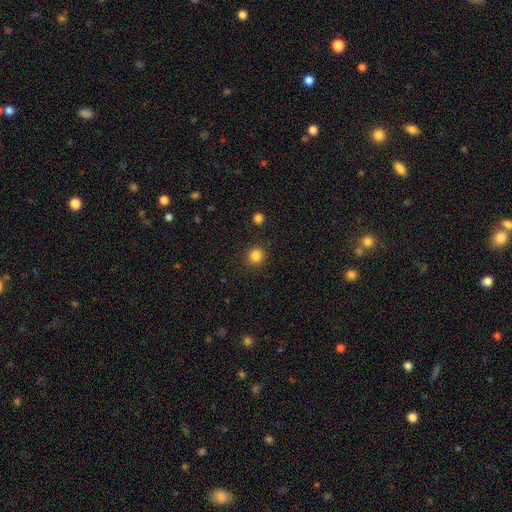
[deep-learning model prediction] Morphology: type=smooth (85%); roundness=round (93%); merging=none (90%).